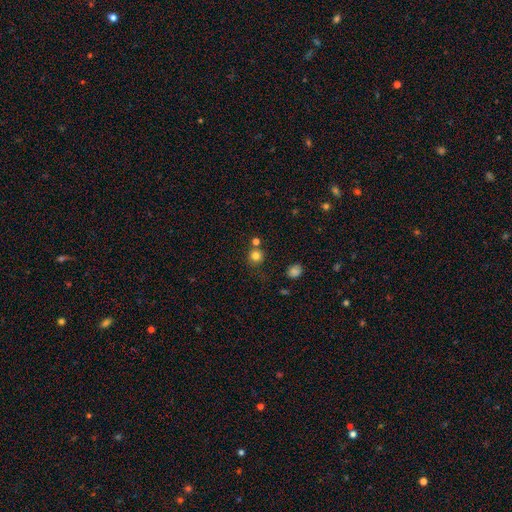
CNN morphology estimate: type=smooth (80%); roundness=round (91%); merging=none (70%).